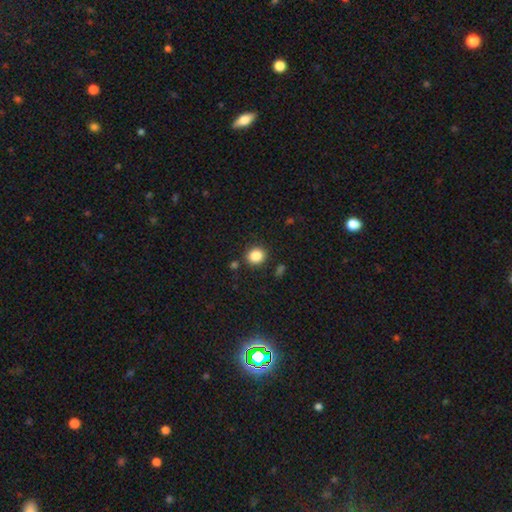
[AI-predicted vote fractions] Smooth or featured? Predicted: smooth (p=0.85). How rounded? Predicted: round (p=0.81). Merging? Predicted: none (p=0.86).